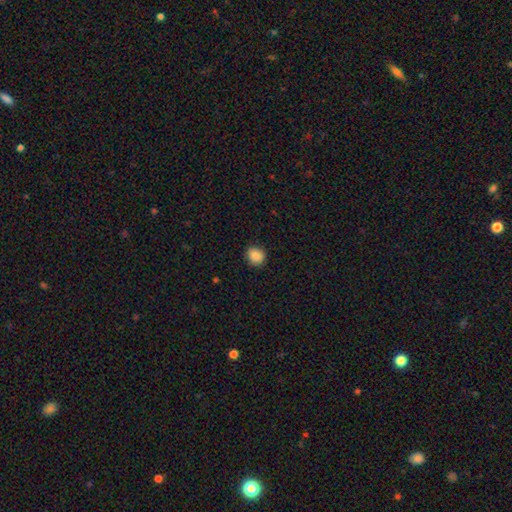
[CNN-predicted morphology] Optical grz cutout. It shows a smooth galaxy with no disk features (86%) that is round (81%). Merging: none (88%).